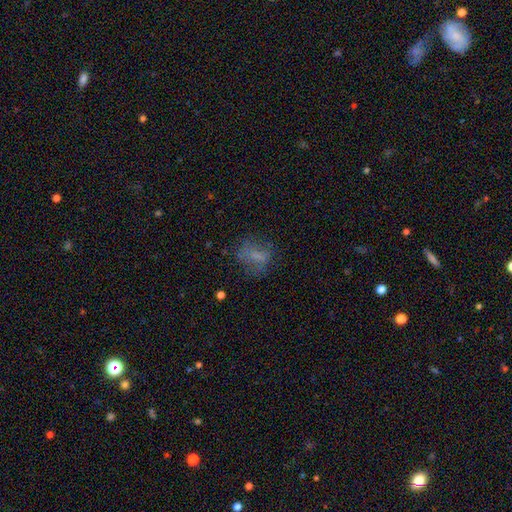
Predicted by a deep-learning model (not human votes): smooth 58%, featured or disk 26%, star or artifact 16%. Down the decision tree: how rounded — in between (54%); merging — none (58%).